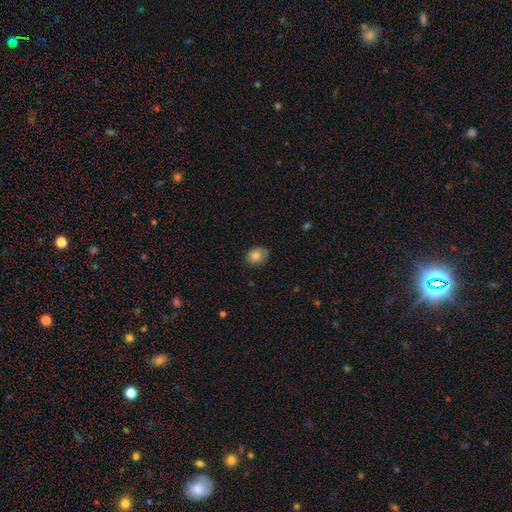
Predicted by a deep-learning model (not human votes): smooth_or_featured: smooth (p=0.80) [alt: featured or disk p=0.11]
how_rounded: round (p=0.54) [alt: in between p=0.45]
merging: none (p=0.80) [alt: minor disturbance p=0.16]